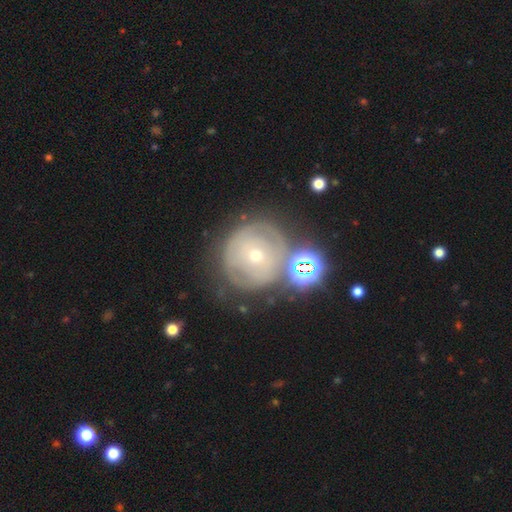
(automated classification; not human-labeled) Smooth or featured?
  - featured or disk: 63% *
  - smooth: 27%
  - star or artifact: 11%
Edge-on disk?
  - no: 96% *
  - yes: 4%
Bar?
  - no: 81% *
  - weak: 14%
  - strong: 5%
Spiral arms?
  - yes: 57% *
  - no: 43%
Bulge size?
  - small: 67% *
  - moderate: 29%
  - large: 2%
  - none: 1%
  - dominant: 1%
Merging?
  - none: 62% *
  - minor disturbance: 18%
  - merger: 11%
  - major disturbance: 10%